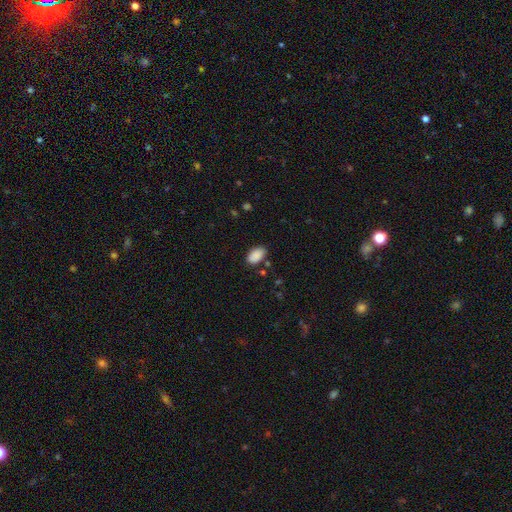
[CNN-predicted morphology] A smooth galaxy with no disk features (89%) that is in between round and cigar-shaped (94%). Merging: none (80%).